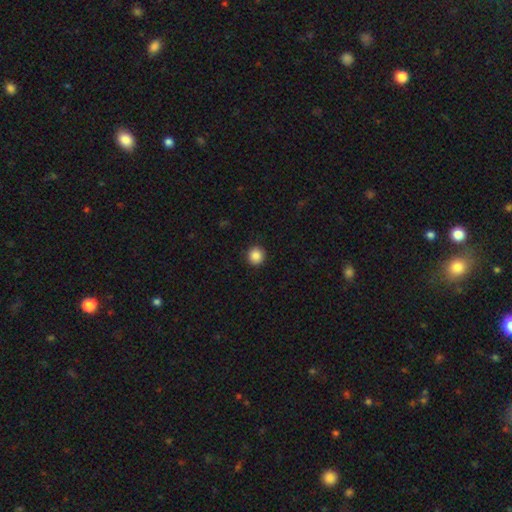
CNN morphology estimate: A smooth galaxy with no disk features (87%) that is round (94%). Merging: none (92%).